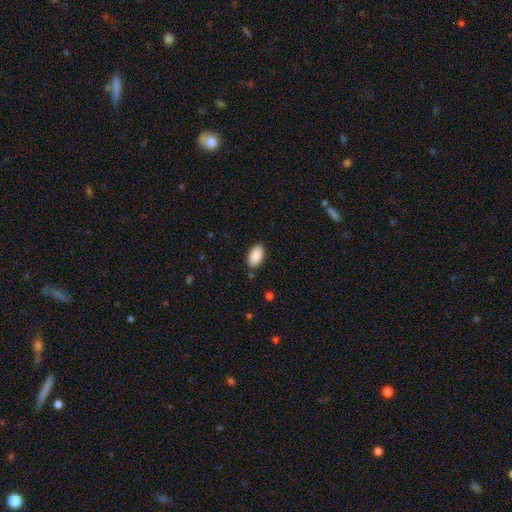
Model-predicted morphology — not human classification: Smooth or featured?
  - smooth: 90% *
  - star or artifact: 6%
  - featured or disk: 4%
How rounded?
  - in between: 95% *
  - round: 3%
  - cigar-shaped: 2%
Merging?
  - none: 87% *
  - minor disturbance: 10%
  - major disturbance: 2%
  - merger: 1%